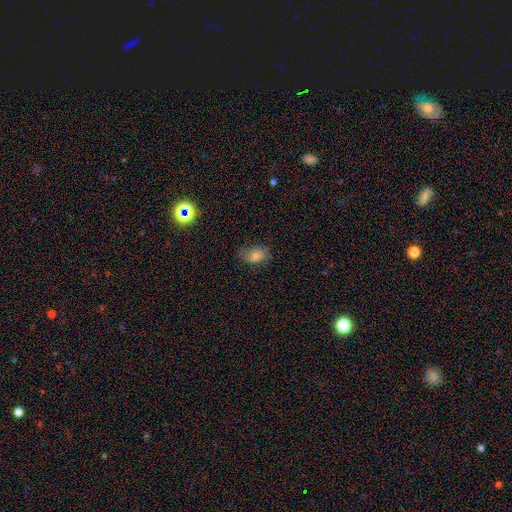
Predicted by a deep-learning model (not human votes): Smooth or featured? Predicted: smooth (p=0.59). How rounded? Predicted: in between (p=0.74). Merging? Predicted: none (p=0.66).